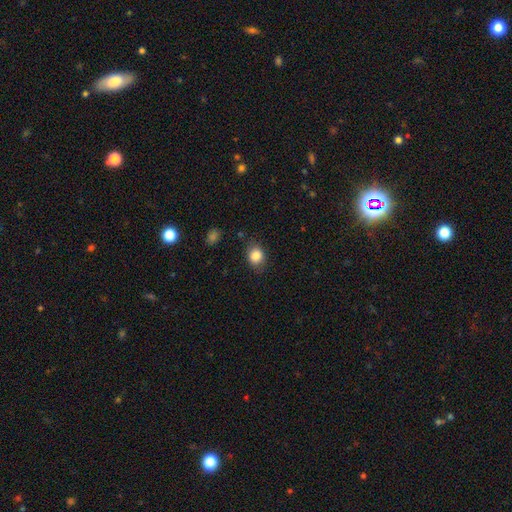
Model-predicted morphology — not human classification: A smooth galaxy with no disk features (84%) that is round (55%). Merging: none (80%).